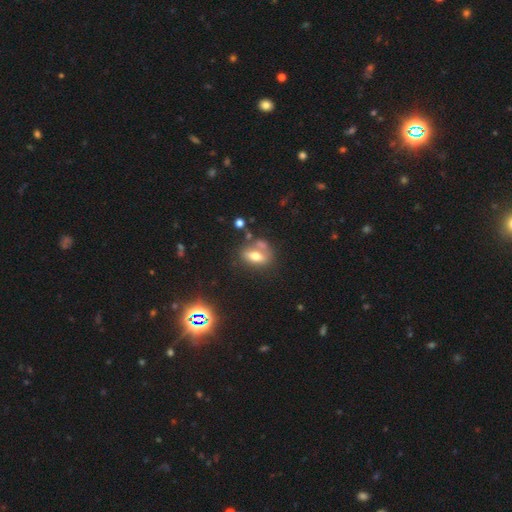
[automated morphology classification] This is possibly a smooth galaxy (57%). How rounded: likely in between (73%). Merging: possibly none (52%).